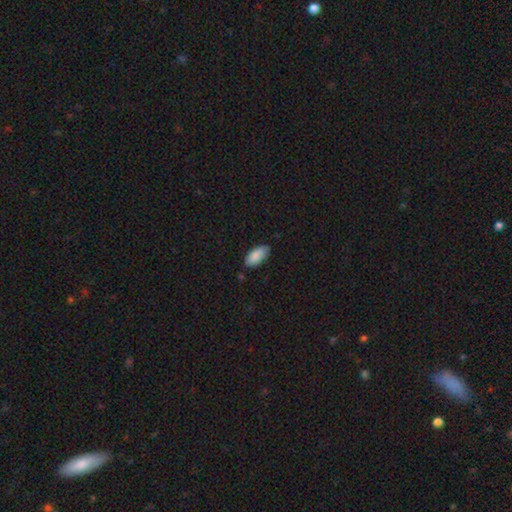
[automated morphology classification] Smooth or featured? smooth (87%)
How rounded? in between (92%)
Merging? none (77%)